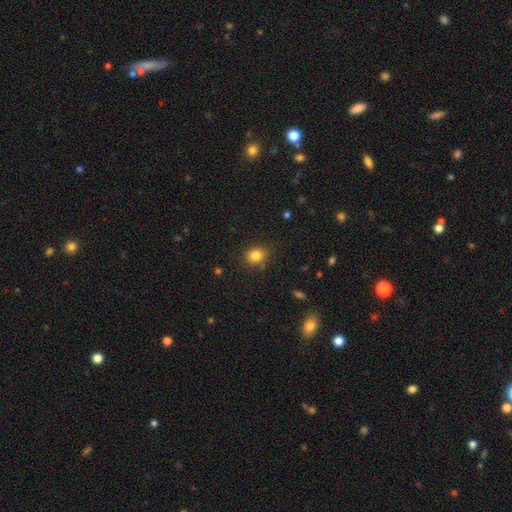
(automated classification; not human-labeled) Smooth or featured?
  - smooth: 82% *
  - star or artifact: 11%
  - featured or disk: 6%
How rounded?
  - round: 50% *
  - in between: 49%
  - cigar-shaped: 1%
Merging?
  - none: 82% *
  - minor disturbance: 12%
  - major disturbance: 3%
  - merger: 2%